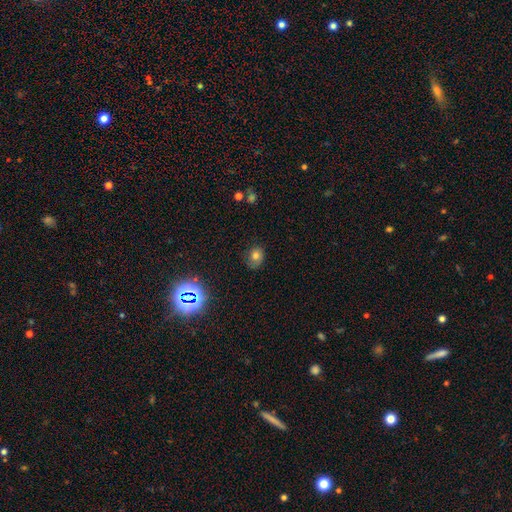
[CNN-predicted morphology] smooth_or_featured: smooth (p=0.71) [alt: star or artifact p=0.18]
how_rounded: round (p=0.62) [alt: in between p=0.37]
merging: none (p=0.69) [alt: minor disturbance p=0.23]